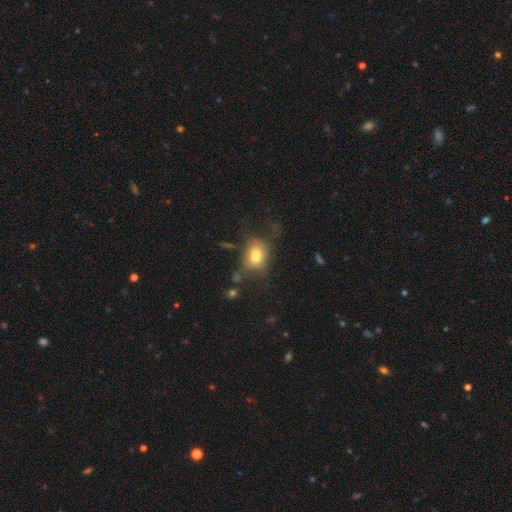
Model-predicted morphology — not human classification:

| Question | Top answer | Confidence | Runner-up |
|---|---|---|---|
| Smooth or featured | smooth | 76% | featured or disk (15%) |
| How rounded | in between | 63% | round (36%) |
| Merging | none | 50% | minor disturbance (25%) |